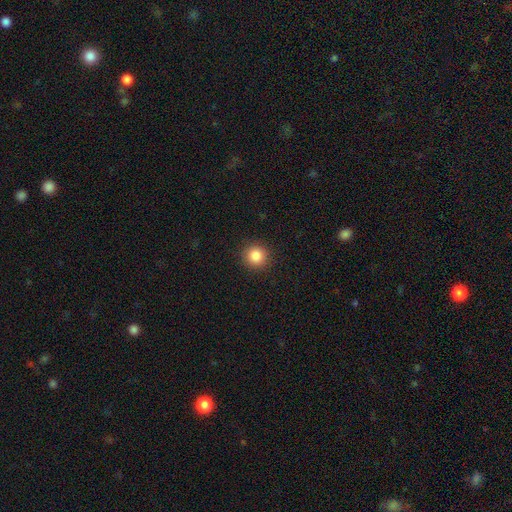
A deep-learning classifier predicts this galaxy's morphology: A smooth galaxy with no disk features (84%) that is round (94%). Merging: none (92%).